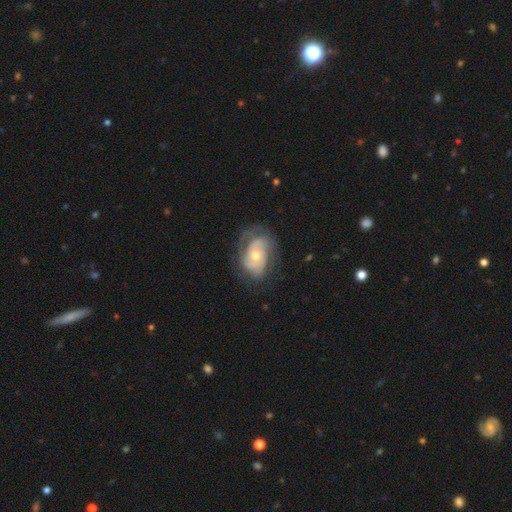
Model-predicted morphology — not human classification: The model was most divided on "spiral arm count": 2: 36%, can't tell: 32%, 3: 16%, 1: 9%, 4: 4%, more than 4: 3%. More confident: edge-on disk — no (96%); spiral arms — yes (87%); bar — no (77%); smooth or featured — featured or disk (77%); bulge size — moderate (62%); merging — none (58%); spiral winding — tight (53%).